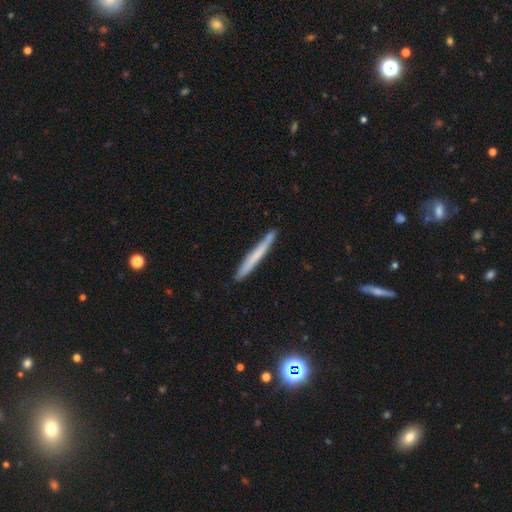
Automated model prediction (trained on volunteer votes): Smooth or featured: smooth — 59% (featured or disk — 34%)
How rounded: cigar-shaped — 97% (in between — 2%)
Merging: none — 90% (minor disturbance — 8%)